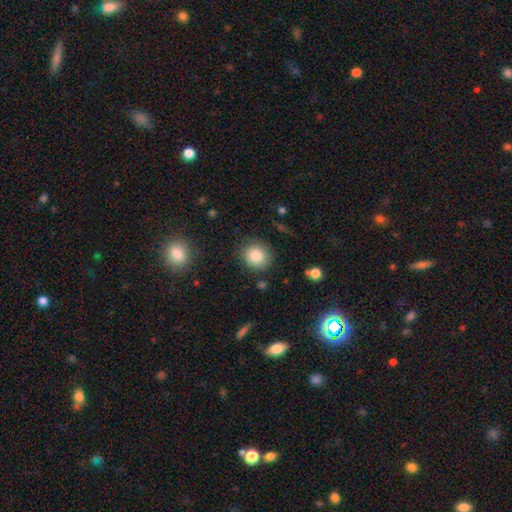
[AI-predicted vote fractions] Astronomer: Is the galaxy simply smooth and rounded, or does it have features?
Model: smooth — 84%.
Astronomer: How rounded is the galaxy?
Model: round — 85%.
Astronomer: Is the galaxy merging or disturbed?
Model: none — 86%.